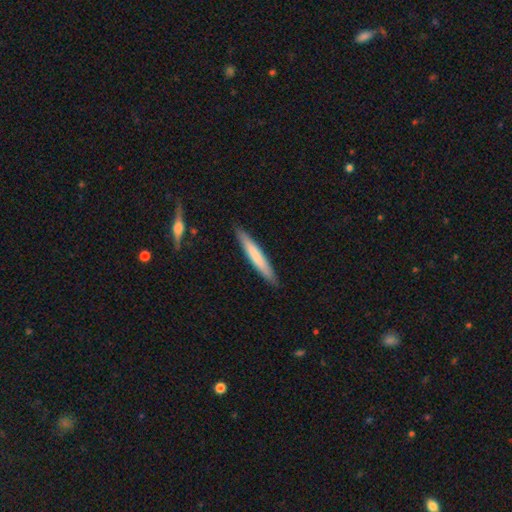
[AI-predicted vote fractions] The model was most divided on "smooth or featured": smooth: 67%, featured or disk: 28%, star or artifact: 5%. More confident: how rounded — cigar-shaped (95%); merging — none (90%).